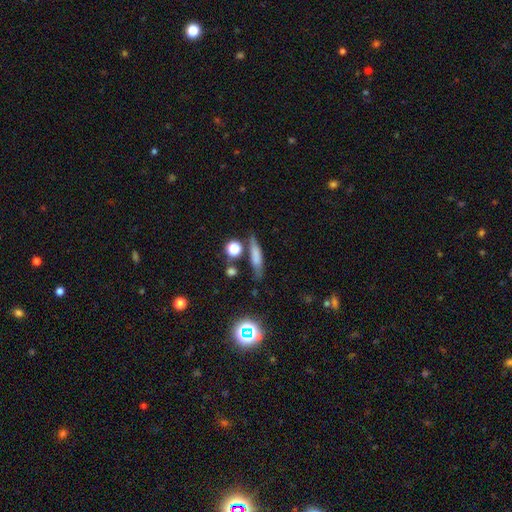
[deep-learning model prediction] smooth-or-featured: smooth: 66% | featured or disk: 23% | star or artifact: 11%
  how-rounded: cigar-shaped: 70% | in between: 23% | round: 7%
  merging: none: 70% | minor disturbance: 17% | merger: 8% | major disturbance: 5%